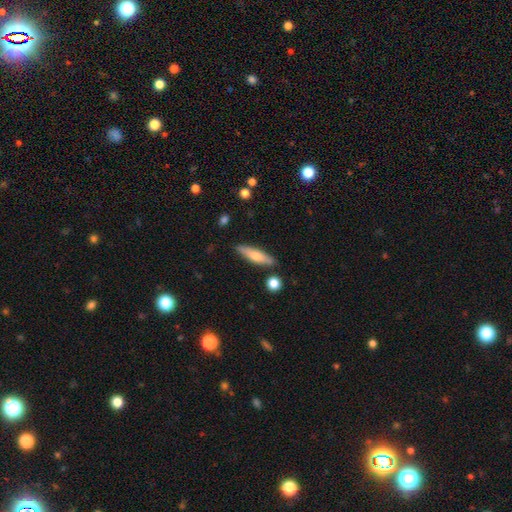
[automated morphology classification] smooth-or-featured: smooth: 61% | featured or disk: 33% | star or artifact: 6%
  how-rounded: cigar-shaped: 69% | in between: 29% | round: 2%
  merging: none: 83% | minor disturbance: 11% | merger: 4% | major disturbance: 2%